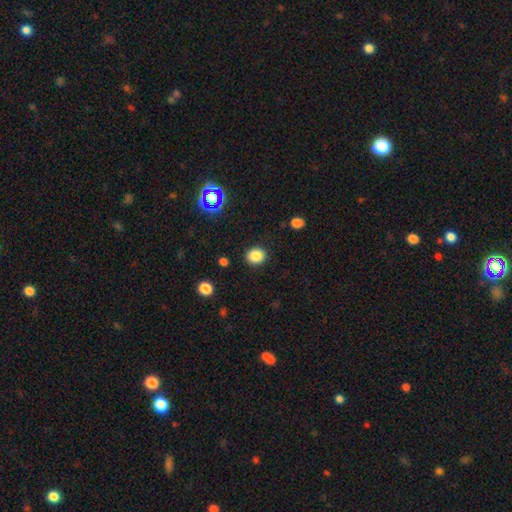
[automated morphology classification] Smooth or featured?
  - smooth: 84% *
  - star or artifact: 11%
  - featured or disk: 5%
How rounded?
  - round: 70% *
  - in between: 29%
  - cigar-shaped: 1%
Merging?
  - none: 89% *
  - minor disturbance: 7%
  - major disturbance: 2%
  - merger: 1%